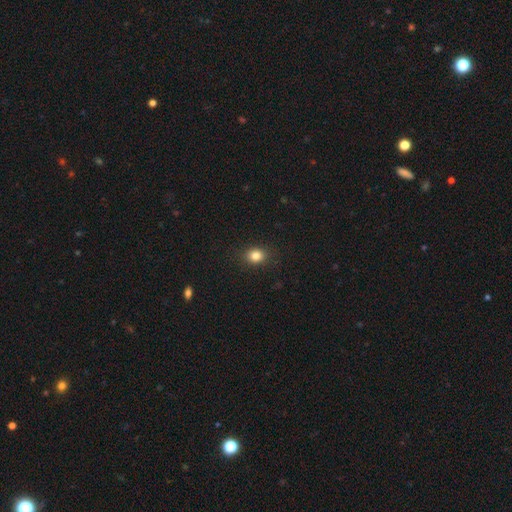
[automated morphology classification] Q: Smooth or featured?
A: smooth (84%); runner-up: star or artifact (11%)
Q: How rounded?
A: round (56%); runner-up: in between (43%)
Q: Merging?
A: none (88%); runner-up: minor disturbance (8%)